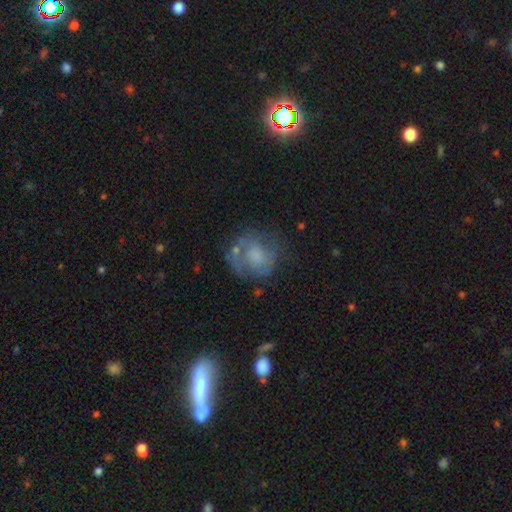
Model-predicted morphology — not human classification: Smooth or featured? Predicted: featured or disk (p=0.48). Merging? Predicted: none (p=0.55).